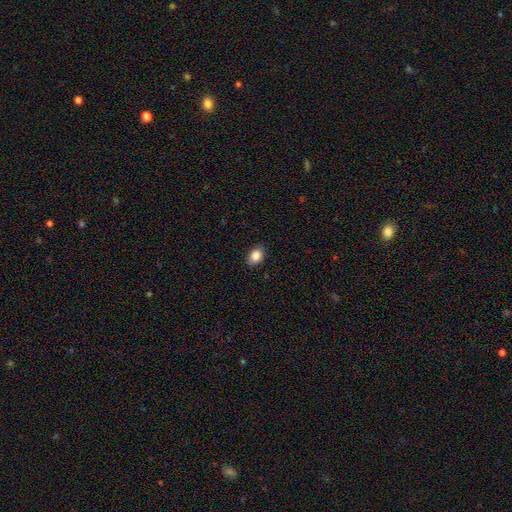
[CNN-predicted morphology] A smooth galaxy with no disk features (86%) that is in between round and cigar-shaped (75%).

Vote fractions:
- Smooth or featured? smooth: 86% / star or artifact: 9% / featured or disk: 6%
- How rounded? in between: 75% / round: 24% / cigar-shaped: 1%
- Merging? none: 88% / minor disturbance: 9% / major disturbance: 2% / merger: 1%